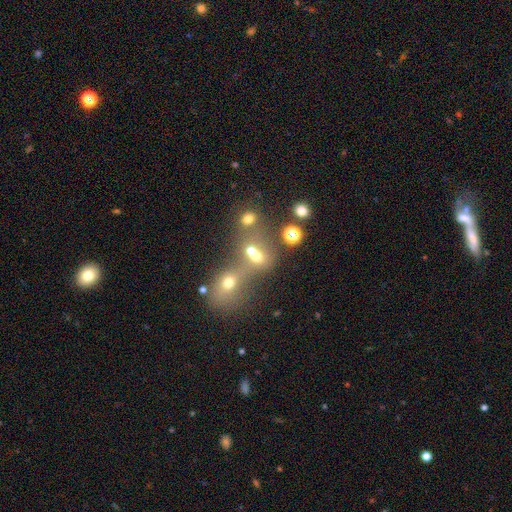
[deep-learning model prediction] This appears to be a smooth galaxy with no disk features (63%) that is round (60%). Merging: merger (56%).